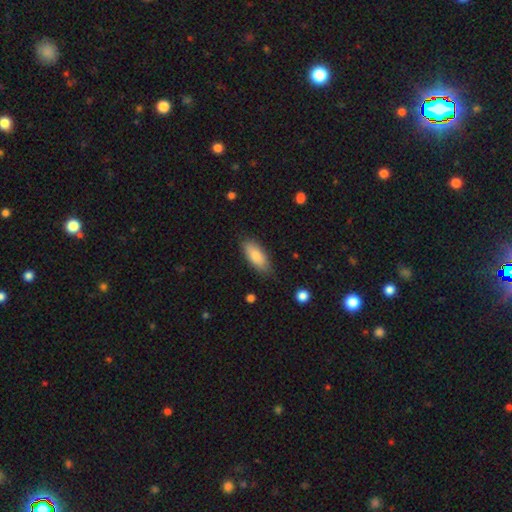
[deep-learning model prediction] A smooth galaxy with no disk features (82%) that is in between round and cigar-shaped (81%). Merging: none (81%).